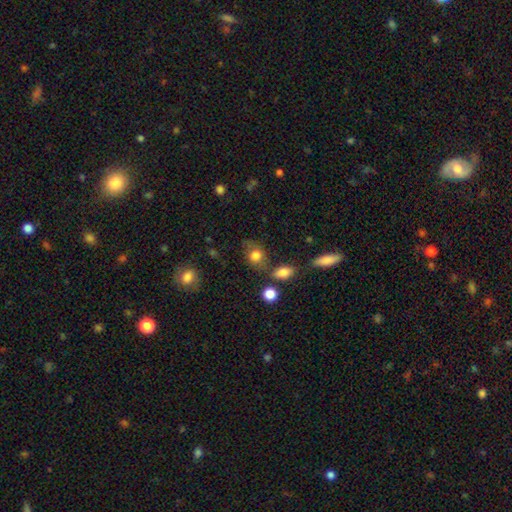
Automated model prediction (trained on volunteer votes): Morphology: type=smooth (78%); roundness=round (51%); merging=none (60%).